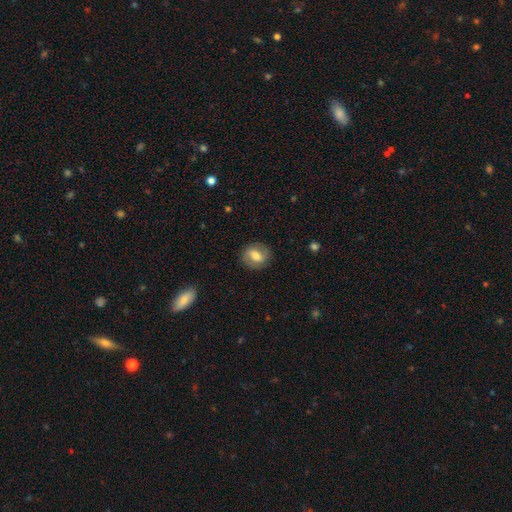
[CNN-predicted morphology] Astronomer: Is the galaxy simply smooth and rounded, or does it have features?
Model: smooth — 47% (runner-up: featured or disk, 45%).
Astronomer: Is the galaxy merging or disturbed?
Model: none — 84%.